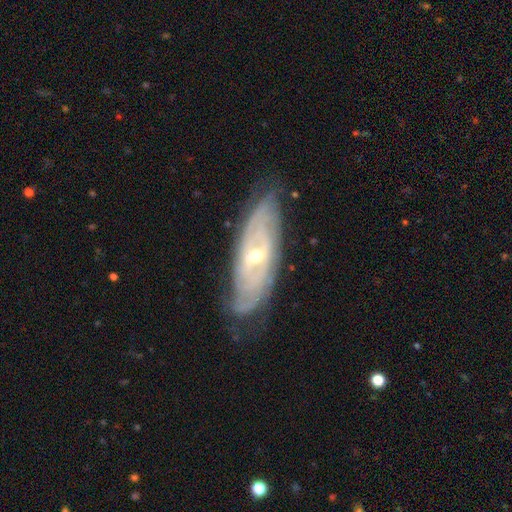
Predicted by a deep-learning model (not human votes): smooth_or_featured: featured or disk (p=0.84) [alt: smooth p=0.10]
disk_edge_on: no (p=0.82) [alt: yes p=0.18]
bar: weak (p=0.42) [alt: no p=0.39]
has_spiral_arms: yes (p=0.92) [alt: no p=0.08]
spiral_winding: tight (p=0.70) [alt: medium p=0.23]
spiral_arm_count: can't tell (p=0.47) [alt: 2 p=0.24]
bulge_size: small (p=0.49) [alt: moderate p=0.48]
merging: none (p=0.76) [alt: minor disturbance p=0.18]